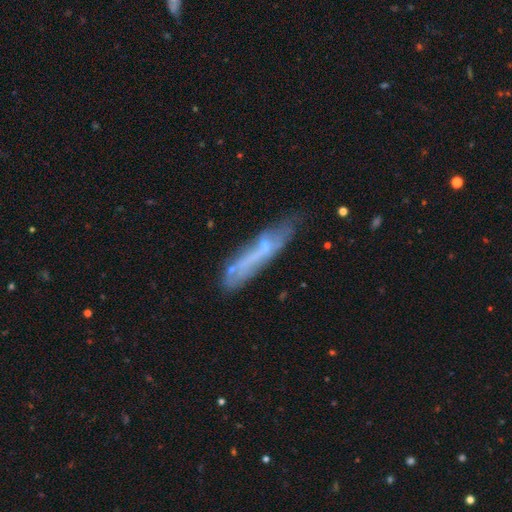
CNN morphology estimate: featured or disk 51%, smooth 40%, star or artifact 10%. Down the decision tree: edge-on disk — yes (54%); merging — none (60%).